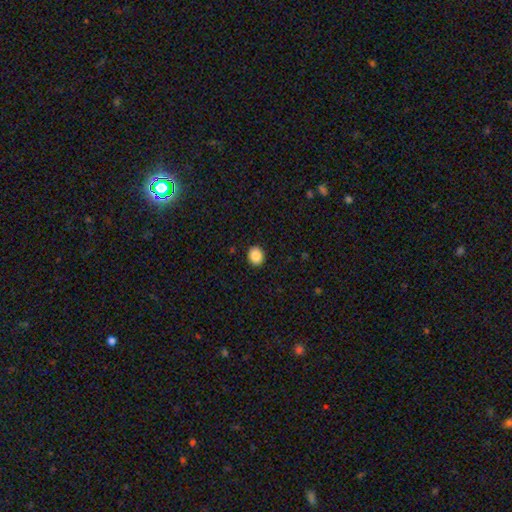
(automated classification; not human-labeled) This is clearly a smooth galaxy (89%). How rounded: likely round (68%). Merging: clearly none (91%).